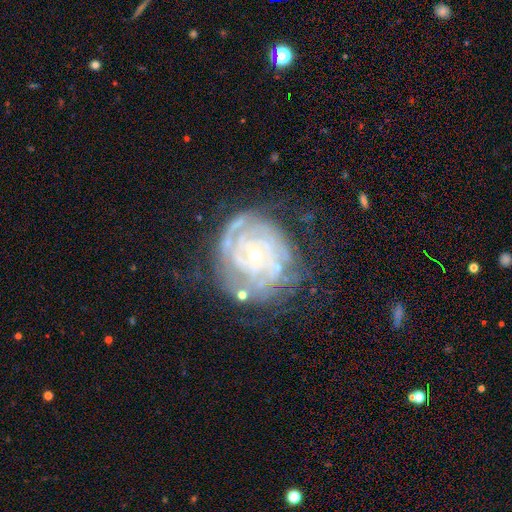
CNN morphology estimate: Smooth or featured: featured or disk — 84% (smooth — 9%)
Edge-on disk: no — 97% (yes — 3%)
Bar: no — 77% (weak — 17%)
Spiral arms: yes — 89% (no — 11%)
Spiral winding: tight — 77% (medium — 18%)
Spiral arm count: can't tell — 42% (2 — 18%)
Bulge size: small — 70% (moderate — 26%)
Merging: none — 64% (minor disturbance — 21%)